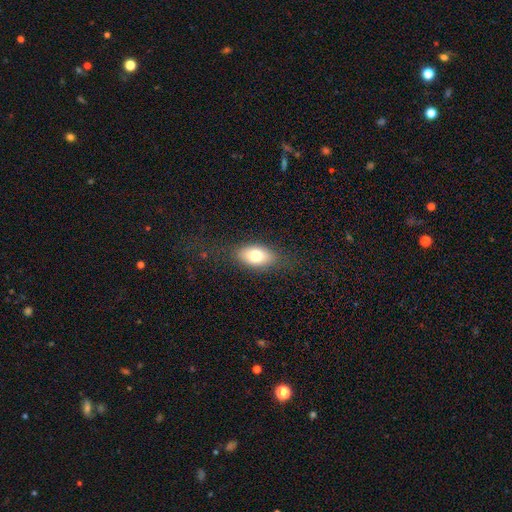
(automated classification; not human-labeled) A smooth galaxy with no disk features (74%) that is in between round and cigar-shaped (88%).

Vote fractions:
- Smooth or featured? smooth: 74% / featured or disk: 17% / star or artifact: 8%
- How rounded? in between: 88% / round: 8% / cigar-shaped: 4%
- Merging? none: 80% / minor disturbance: 13% / major disturbance: 5% / merger: 1%